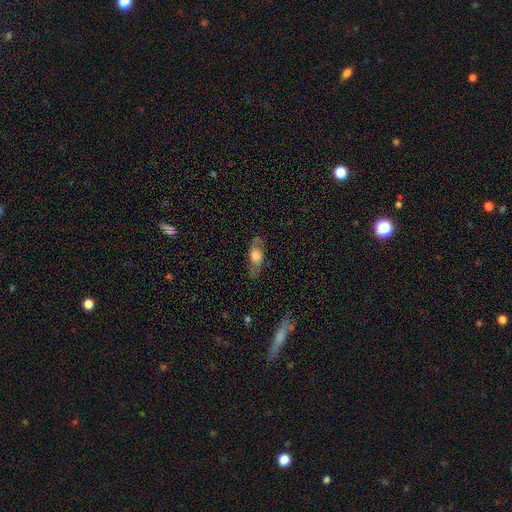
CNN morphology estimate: smooth-or-featured: smooth: 53% | featured or disk: 40% | star or artifact: 7%
  how-rounded: in between: 69% | cigar-shaped: 24% | round: 7%
  merging: none: 77% | minor disturbance: 15% | major disturbance: 6% | merger: 1%